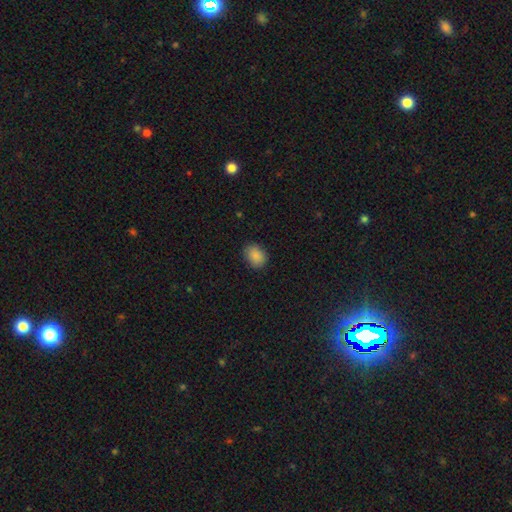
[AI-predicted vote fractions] smooth-or-featured: smooth: 88% | star or artifact: 9% | featured or disk: 4%
  how-rounded: in between: 65% | round: 34% | cigar-shaped: 1%
  merging: none: 84% | minor disturbance: 12% | major disturbance: 3% | merger: 1%